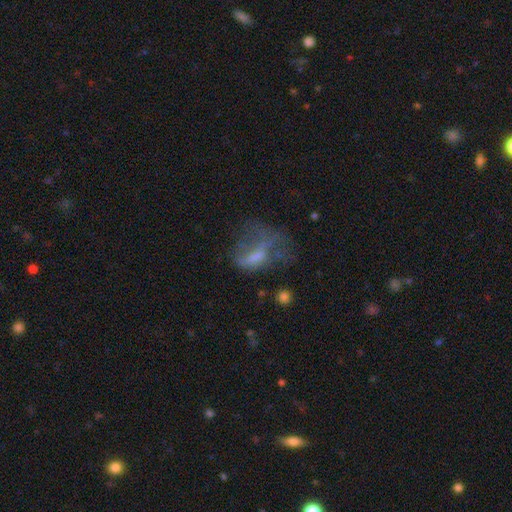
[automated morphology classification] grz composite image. It shows a smooth galaxy with no disk features (44%). Merging: major disturbance (54%).